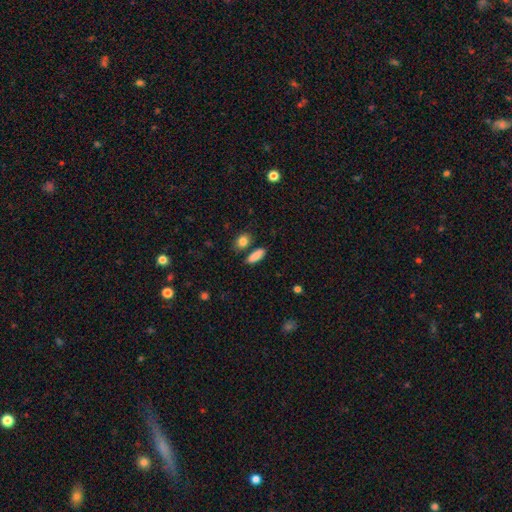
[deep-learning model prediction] Smooth or featured?
  - smooth: 88% *
  - star or artifact: 7%
  - featured or disk: 5%
How rounded?
  - in between: 66% *
  - cigar-shaped: 28%
  - round: 5%
Merging?
  - none: 77% *
  - minor disturbance: 11%
  - merger: 9%
  - major disturbance: 3%